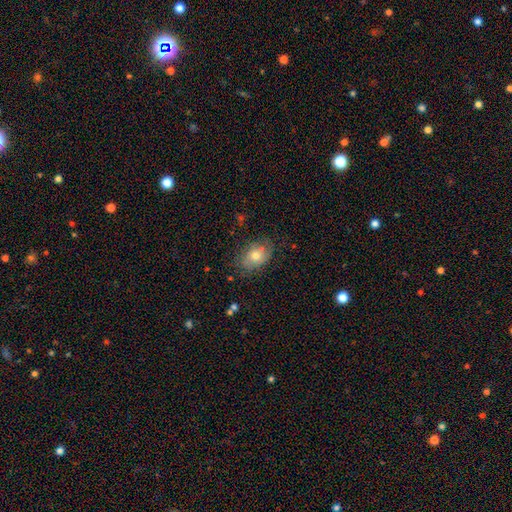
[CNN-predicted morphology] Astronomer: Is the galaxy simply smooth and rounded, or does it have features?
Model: smooth — 66%.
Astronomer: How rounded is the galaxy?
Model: in between — 80%.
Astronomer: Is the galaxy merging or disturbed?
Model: none — 73%.